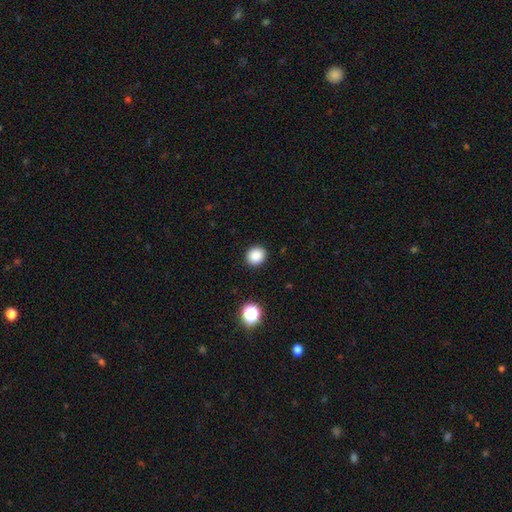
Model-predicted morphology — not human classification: type=smooth (86%); roundness=round (79%); merging=none (91%).